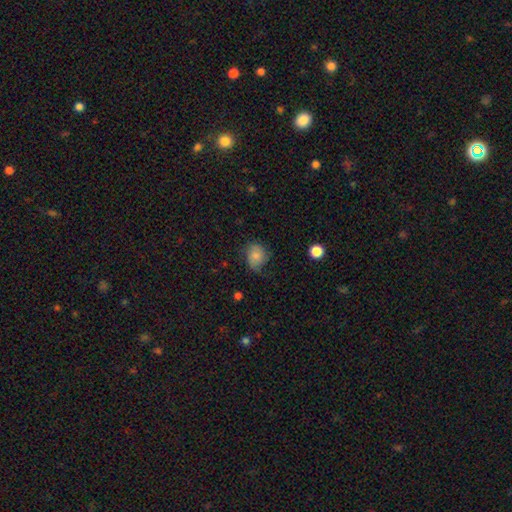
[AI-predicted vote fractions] smooth_or_featured: smooth (p=0.65) [alt: featured or disk p=0.25]
how_rounded: round (p=0.62) [alt: in between p=0.37]
merging: none (p=0.56) [alt: minor disturbance p=0.30]